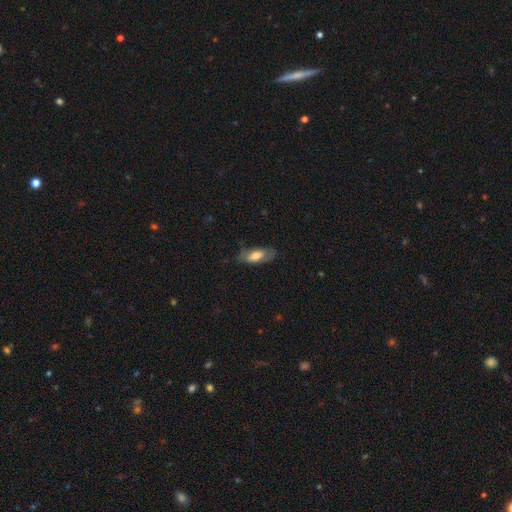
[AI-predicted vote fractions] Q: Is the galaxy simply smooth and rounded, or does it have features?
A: smooth — 62%.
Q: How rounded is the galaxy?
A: in between — 81%.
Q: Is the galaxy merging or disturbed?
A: none — 66%.